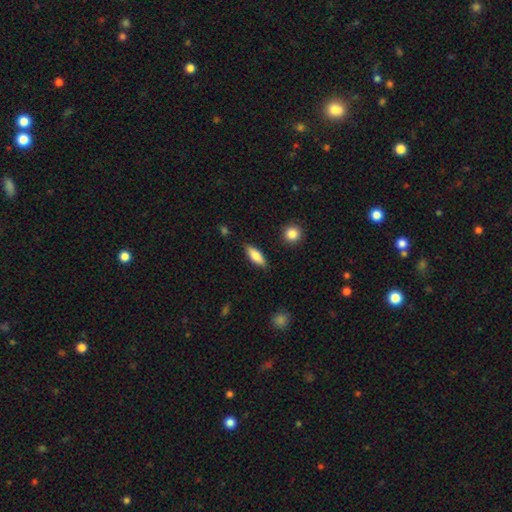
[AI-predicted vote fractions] Smooth or featured?
  - smooth: 73% *
  - featured or disk: 20%
  - star or artifact: 6%
How rounded?
  - in between: 59% *
  - cigar-shaped: 39%
  - round: 3%
Merging?
  - none: 86% *
  - minor disturbance: 10%
  - major disturbance: 2%
  - merger: 2%